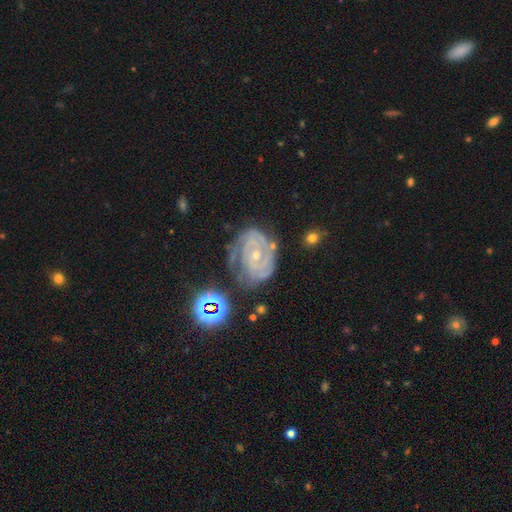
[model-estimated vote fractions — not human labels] Smooth or featured? featured or disk (83%)
Edge-on disk? no (97%)
Bar? no (69%)
Spiral arms? yes (95%)
Spiral winding? tight (73%)
Spiral arm count? 2 (32%)
Bulge size? small (70%)
Merging? none (63%)